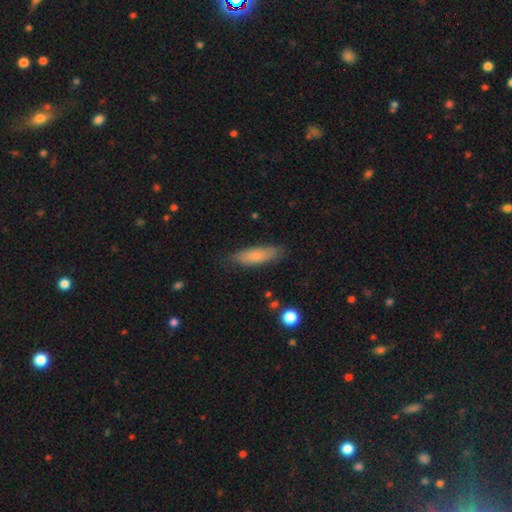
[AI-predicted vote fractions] Smooth or featured?
  - smooth: 78% *
  - featured or disk: 16%
  - star or artifact: 6%
How rounded?
  - cigar-shaped: 51% *
  - in between: 47%
  - round: 2%
Merging?
  - none: 80% *
  - minor disturbance: 16%
  - major disturbance: 3%
  - merger: 1%